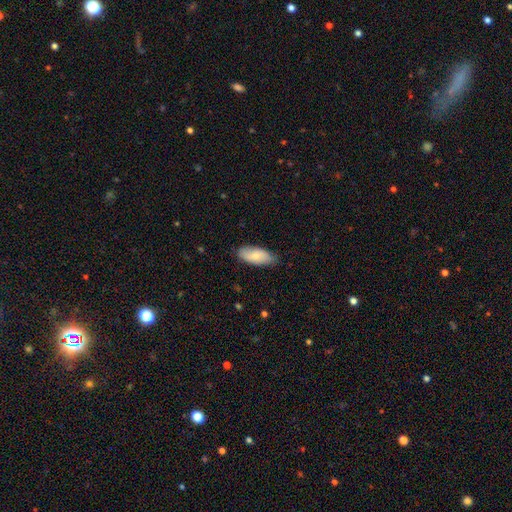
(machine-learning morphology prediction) smooth 74%, featured or disk 21%, star or artifact 6%. Down the decision tree: how rounded — in between (86%); merging — none (80%).